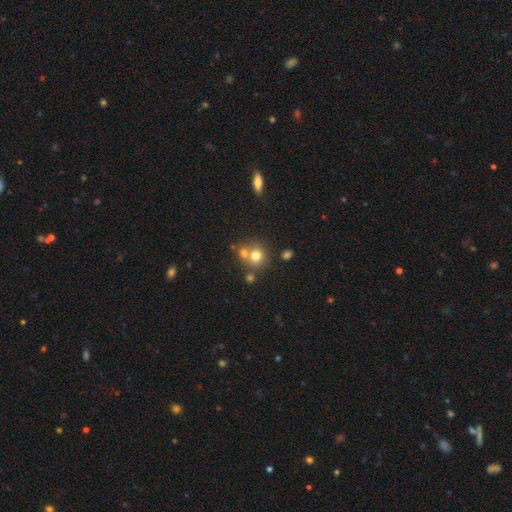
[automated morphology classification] Overall: smooth (72%). How rounded: round (84%). Merging: none (49%; merger 39%).